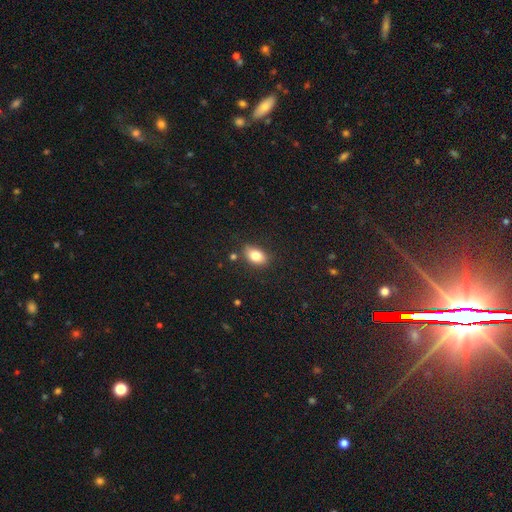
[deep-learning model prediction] A smooth galaxy with no disk features (82%) that is in between round and cigar-shaped (85%).

Vote fractions:
- Smooth or featured? smooth: 82% / featured or disk: 9% / star or artifact: 9%
- How rounded? in between: 85% / round: 13% / cigar-shaped: 2%
- Merging? none: 78% / minor disturbance: 15% / merger: 3% / major disturbance: 3%